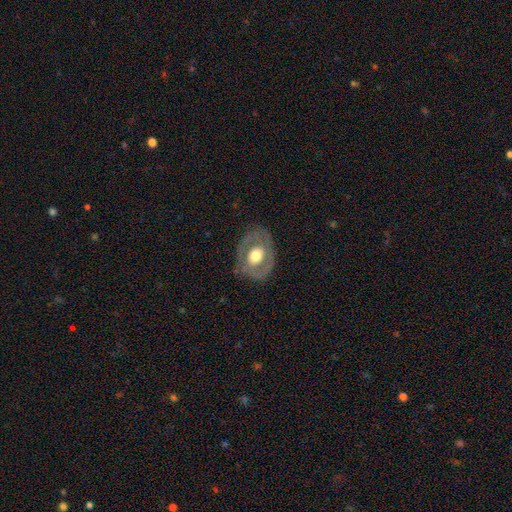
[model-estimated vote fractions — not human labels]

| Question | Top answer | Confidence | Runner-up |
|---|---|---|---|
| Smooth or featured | featured or disk | 54% | smooth (40%) |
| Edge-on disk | no | 93% | yes (7%) |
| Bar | no | 78% | weak (17%) |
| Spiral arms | no | 76% | yes (24%) |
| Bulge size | moderate | 51% | large (41%) |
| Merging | none | 73% | minor disturbance (17%) |